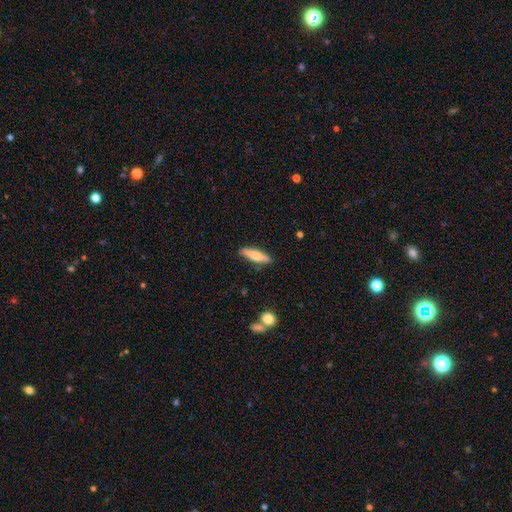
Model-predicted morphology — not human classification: type=smooth (66%); roundness=cigar-shaped (70%); merging=none (86%).